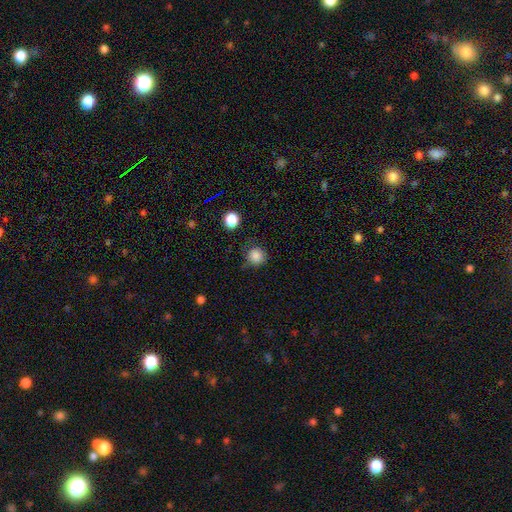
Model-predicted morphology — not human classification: Smooth or featured? smooth (85%)
How rounded? round (92%)
Merging? none (78%)